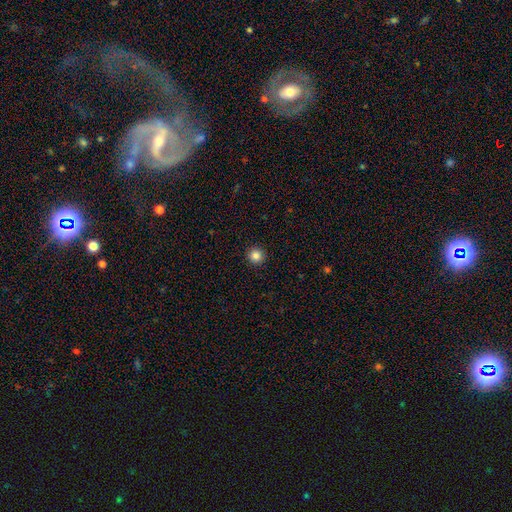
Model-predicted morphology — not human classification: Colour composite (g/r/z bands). It shows a smooth galaxy with no disk features (85%) that is round (96%). Merging: none (93%).